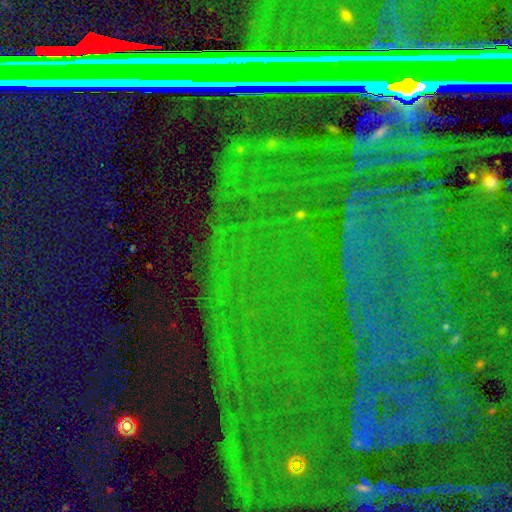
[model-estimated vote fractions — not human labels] Smooth or featured: star or artifact — 86% (featured or disk — 8%)